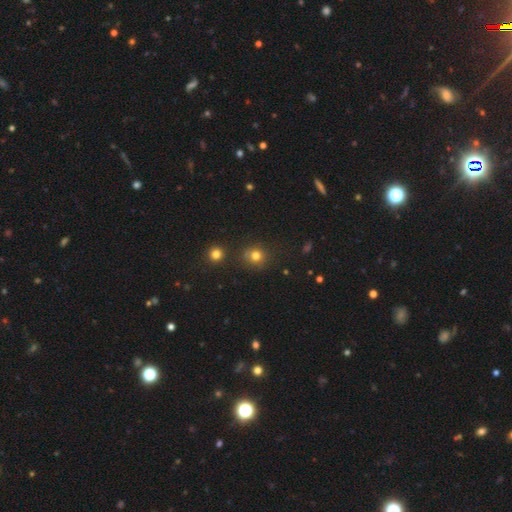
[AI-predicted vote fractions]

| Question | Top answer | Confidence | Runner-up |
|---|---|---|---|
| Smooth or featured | smooth | 75% | star or artifact (17%) |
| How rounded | round | 87% | in between (12%) |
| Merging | none | 77% | minor disturbance (11%) |